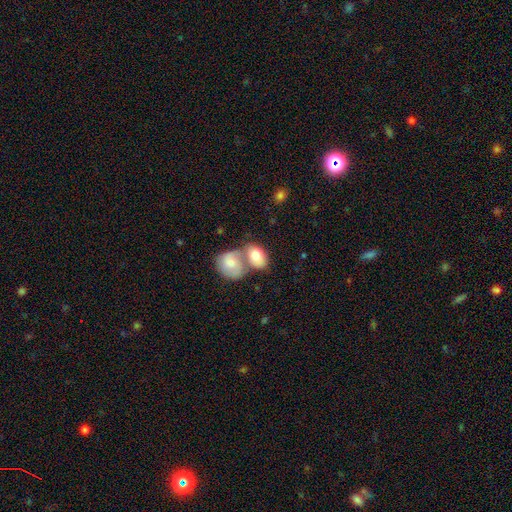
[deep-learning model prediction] The model was most divided on "merging": merger: 62%, none: 25%, minor disturbance: 9%, major disturbance: 4%. More confident: smooth or featured — smooth (76%); how rounded — in between (76%).